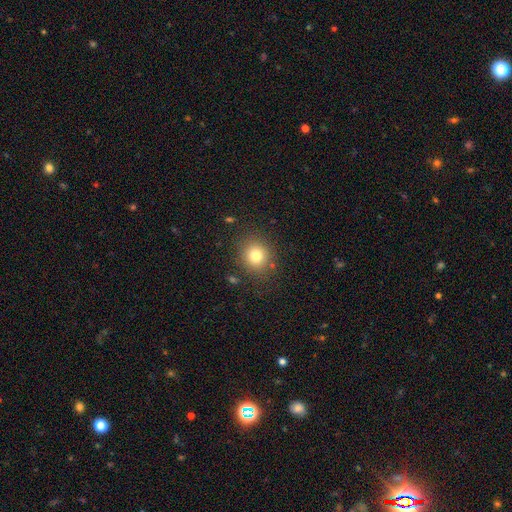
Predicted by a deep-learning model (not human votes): The model was most divided on "smooth or featured": smooth: 78%, star or artifact: 13%, featured or disk: 9%. More confident: merging — none (85%); how rounded — round (84%).